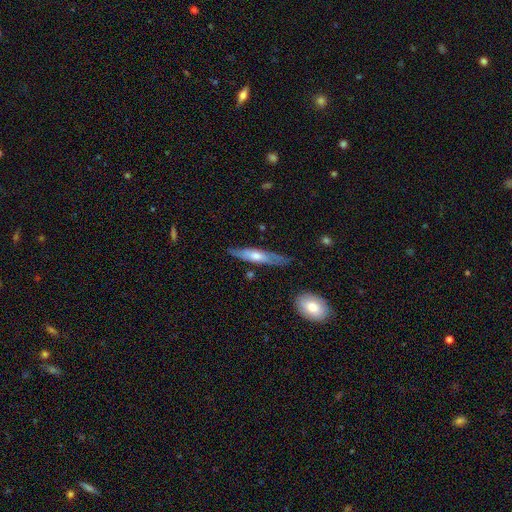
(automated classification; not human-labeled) Smooth or featured: featured or disk — 48% (smooth — 46%)
Merging: none — 75% (minor disturbance — 18%)